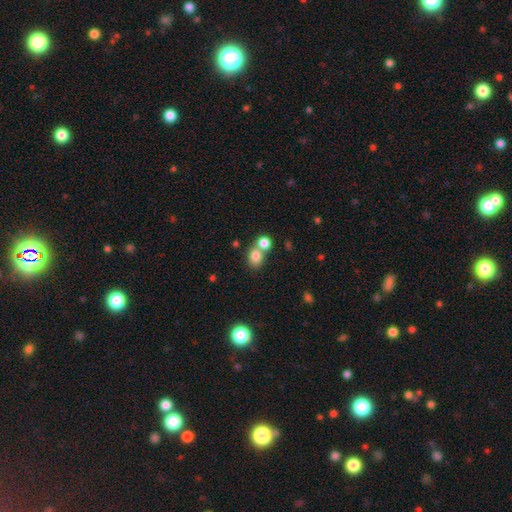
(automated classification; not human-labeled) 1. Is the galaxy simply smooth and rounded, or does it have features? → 80% smooth, 12% star or artifact, 9% featured or disk.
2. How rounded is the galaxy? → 61% round, 37% in between, 1% cigar-shaped.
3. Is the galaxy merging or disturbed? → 48% merger, 42% none, 7% minor disturbance, 3% major disturbance.